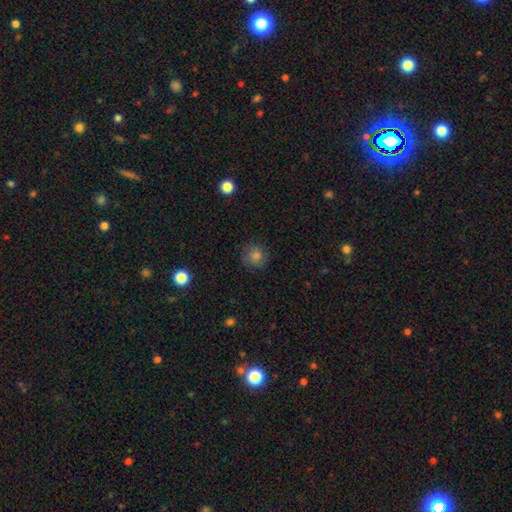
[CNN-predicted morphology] A smooth galaxy with no disk features (79%) that is round (91%).

Vote fractions:
- Smooth or featured? smooth: 79% / star or artifact: 13% / featured or disk: 8%
- How rounded? round: 91% / in between: 8% / cigar-shaped: 1%
- Merging? none: 84% / minor disturbance: 12% / major disturbance: 3% / merger: 1%